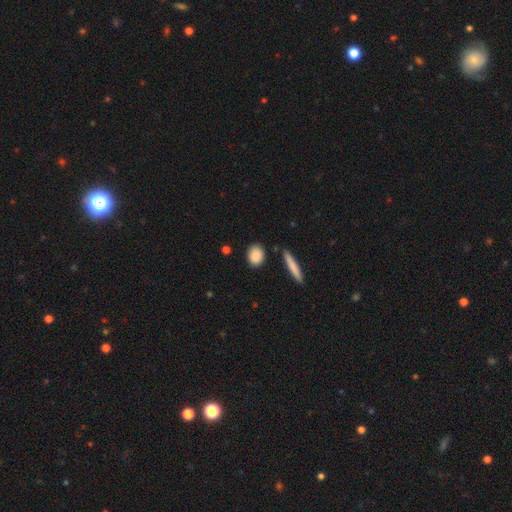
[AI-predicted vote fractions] smooth 88%, star or artifact 7%, featured or disk 5%. Down the decision tree: how rounded — in between (51%); merging — none (86%).